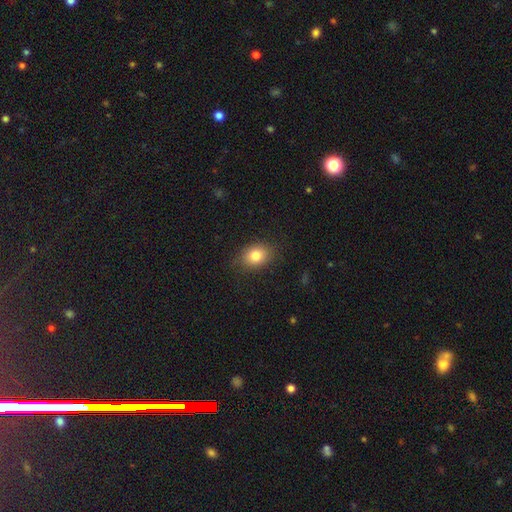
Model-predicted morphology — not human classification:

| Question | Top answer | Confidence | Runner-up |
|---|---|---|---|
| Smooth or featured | smooth | 82% | star or artifact (10%) |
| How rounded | in between | 62% | round (37%) |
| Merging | none | 84% | minor disturbance (12%) |